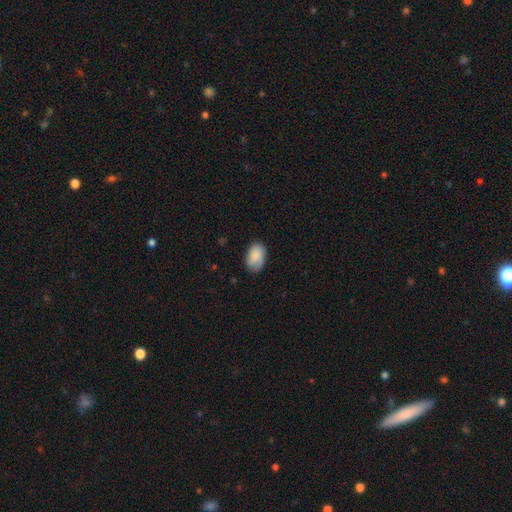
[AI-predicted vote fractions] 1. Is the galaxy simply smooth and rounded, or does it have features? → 85% smooth, 8% featured or disk, 7% star or artifact.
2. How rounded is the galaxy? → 90% in between, 8% round, 1% cigar-shaped.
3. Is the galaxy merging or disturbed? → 73% none, 21% minor disturbance, 5% major disturbance, 1% merger.